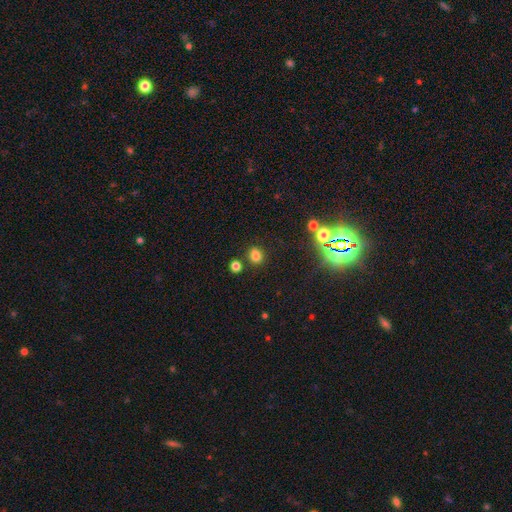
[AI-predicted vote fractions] smooth 76%, star or artifact 18%, featured or disk 6%. Down the decision tree: how rounded — round (68%); merging — none (78%).